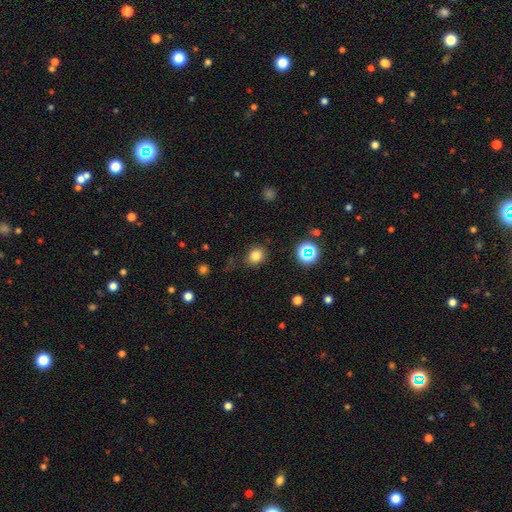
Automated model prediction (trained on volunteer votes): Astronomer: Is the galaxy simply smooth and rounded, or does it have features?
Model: smooth — 79%.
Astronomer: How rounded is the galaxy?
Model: round — 66%.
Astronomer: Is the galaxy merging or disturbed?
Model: none — 80%.